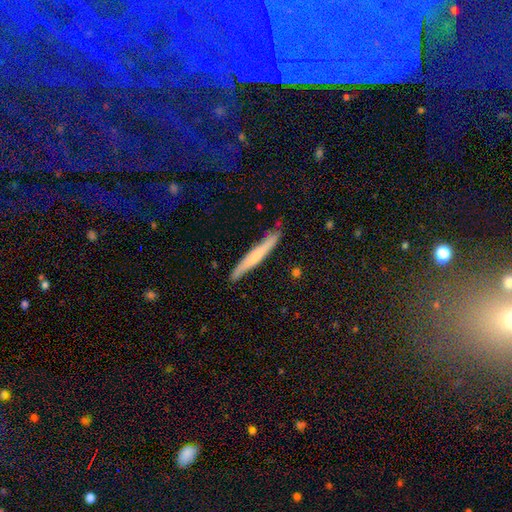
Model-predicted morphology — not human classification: Smooth or featured? smooth (58%)
How rounded? cigar-shaped (96%)
Merging? none (83%)